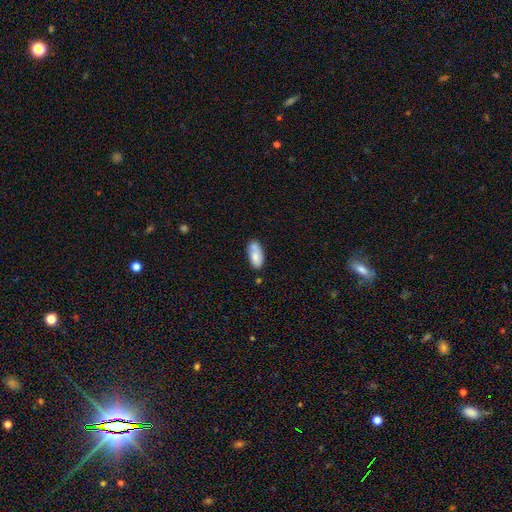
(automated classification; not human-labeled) smooth 73%, featured or disk 20%, star or artifact 7%. Down the decision tree: how rounded — in between (88%); merging — none (56%).